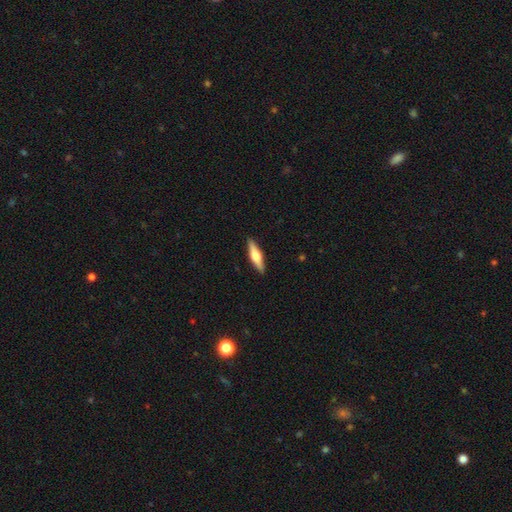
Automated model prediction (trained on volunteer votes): A featured or disk galaxy (54%) viewed edge-on (96%) with a rounded central bulge (92%). Merging: none (91%).